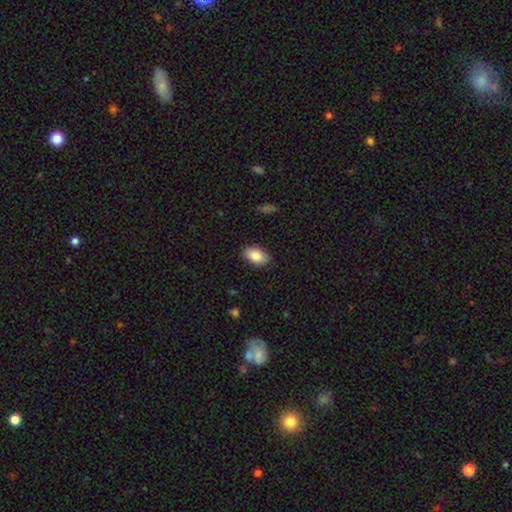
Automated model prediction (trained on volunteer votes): A smooth galaxy with no disk features (86%) that is in between round and cigar-shaped (92%). Merging: none (88%).